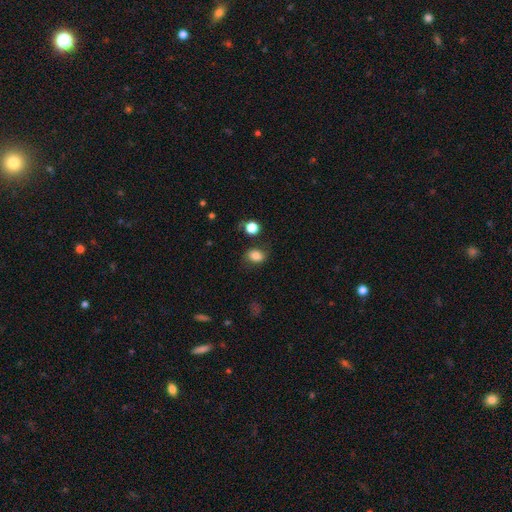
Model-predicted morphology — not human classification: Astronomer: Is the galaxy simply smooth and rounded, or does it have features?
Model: smooth — 80%.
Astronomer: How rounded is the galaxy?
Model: in between — 58% (runner-up: round, 41%).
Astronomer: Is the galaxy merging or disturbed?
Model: none — 71%.